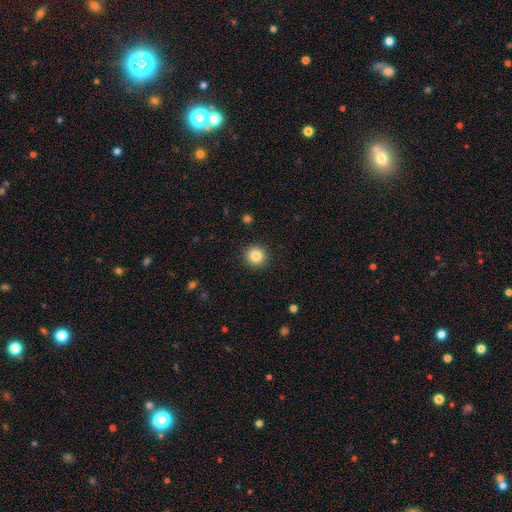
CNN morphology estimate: Overall: smooth (85%). How rounded: round (94%). Merging: none (92%).